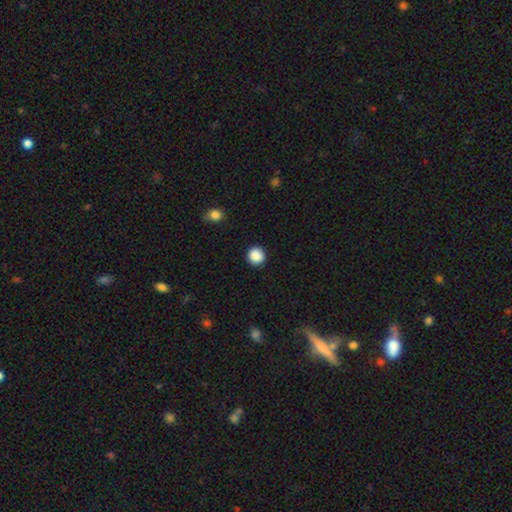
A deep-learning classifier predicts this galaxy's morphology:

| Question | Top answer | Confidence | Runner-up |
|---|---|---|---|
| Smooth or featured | smooth | 89% | star or artifact (9%) |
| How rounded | round | 91% | in between (8%) |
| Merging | none | 91% | minor disturbance (6%) |